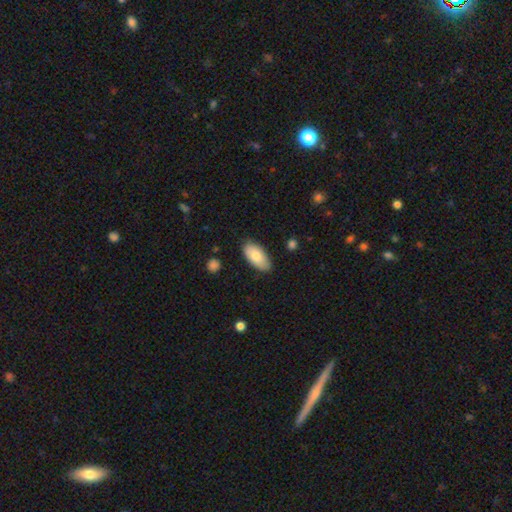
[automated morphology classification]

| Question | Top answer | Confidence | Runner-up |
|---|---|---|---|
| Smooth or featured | smooth | 80% | featured or disk (14%) |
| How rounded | in between | 93% | cigar-shaped (5%) |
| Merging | none | 82% | minor disturbance (14%) |